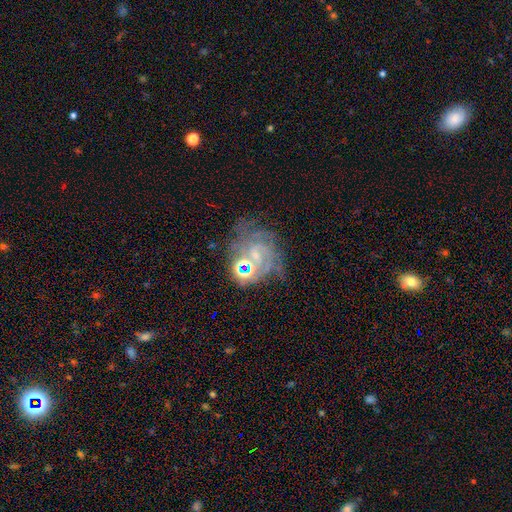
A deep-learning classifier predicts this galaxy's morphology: Q: Smooth or featured?
A: featured or disk (68%); runner-up: star or artifact (18%)
Q: Edge-on disk?
A: no (98%); runner-up: yes (2%)
Q: Bar?
A: no (57%); runner-up: weak (34%)
Q: Spiral arms?
A: yes (84%); runner-up: no (16%)
Q: Spiral winding?
A: tight (57%); runner-up: medium (33%)
Q: Spiral arm count?
A: can't tell (41%); runner-up: 2 (24%)
Q: Bulge size?
A: small (59%); runner-up: moderate (24%)
Q: Merging?
A: none (48%); runner-up: minor disturbance (20%)